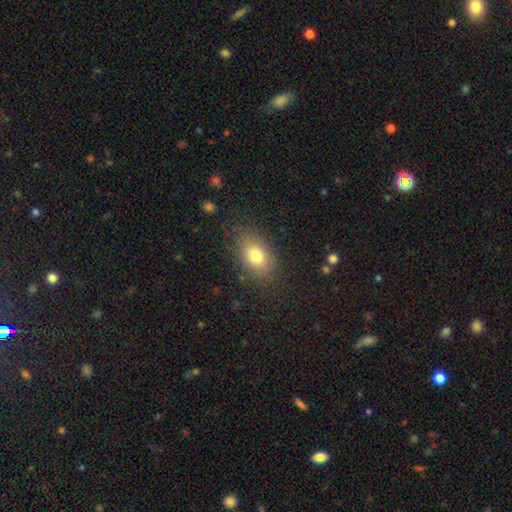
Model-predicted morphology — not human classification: Smooth or featured? Predicted: smooth (p=0.77). How rounded? Predicted: in between (p=0.79). Merging? Predicted: none (p=0.82).